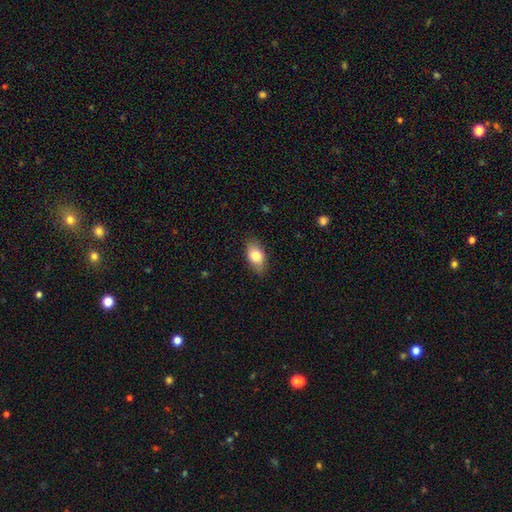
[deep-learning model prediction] smooth-or-featured: smooth: 79% | featured or disk: 14% | star or artifact: 7%
  how-rounded: in between: 90% | round: 7% | cigar-shaped: 3%
  merging: none: 85% | minor disturbance: 12% | major disturbance: 2% | merger: 1%